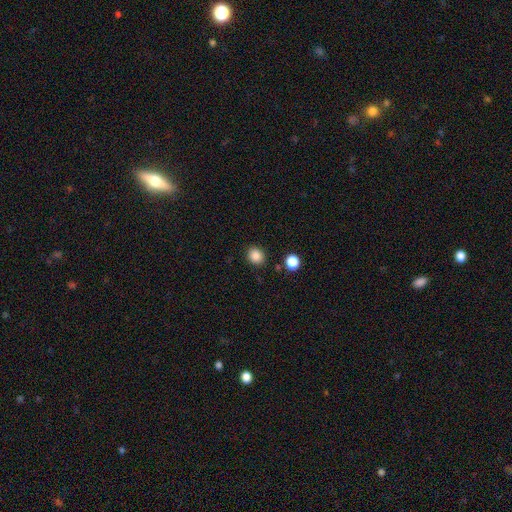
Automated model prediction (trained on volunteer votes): Overall: smooth (86%). How rounded: round (74%). Merging: none (87%).